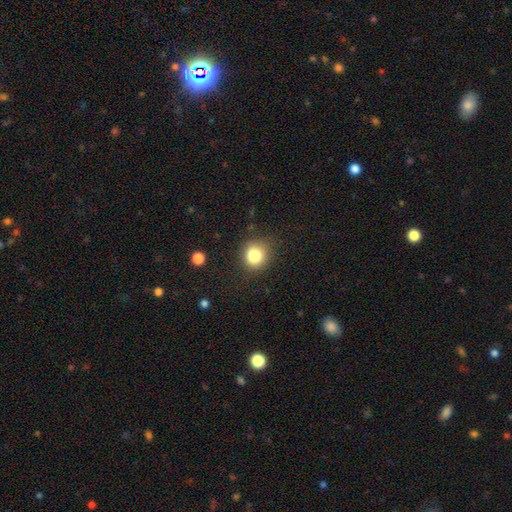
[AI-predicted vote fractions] Smooth or featured?
  - smooth: 83% *
  - star or artifact: 11%
  - featured or disk: 6%
How rounded?
  - round: 81% *
  - in between: 18%
  - cigar-shaped: 1%
Merging?
  - none: 80% *
  - minor disturbance: 14%
  - major disturbance: 4%
  - merger: 2%